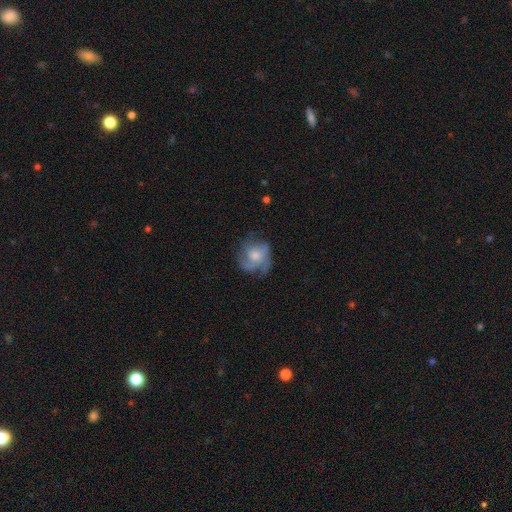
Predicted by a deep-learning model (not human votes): Q: Smooth or featured?
A: featured or disk (58%); runner-up: smooth (35%)
Q: Edge-on disk?
A: no (97%); runner-up: yes (3%)
Q: Bar?
A: no (77%); runner-up: weak (20%)
Q: Spiral arms?
A: yes (77%); runner-up: no (23%)
Q: Bulge size?
A: moderate (52%); runner-up: small (31%)
Q: Merging?
A: none (54%); runner-up: minor disturbance (25%)